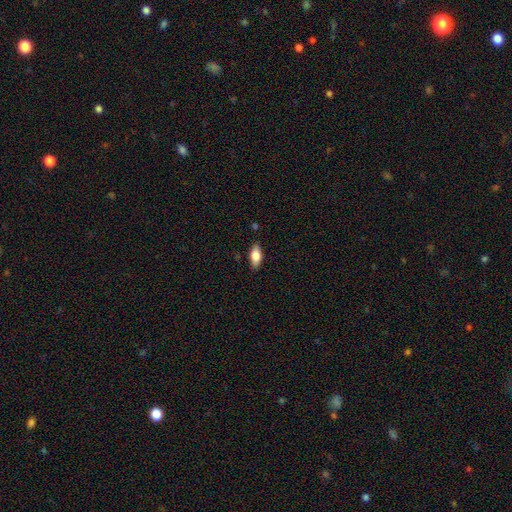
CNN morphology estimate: This is likely a smooth galaxy (76%). How rounded: clearly in between (85%). Merging: clearly none (84%).